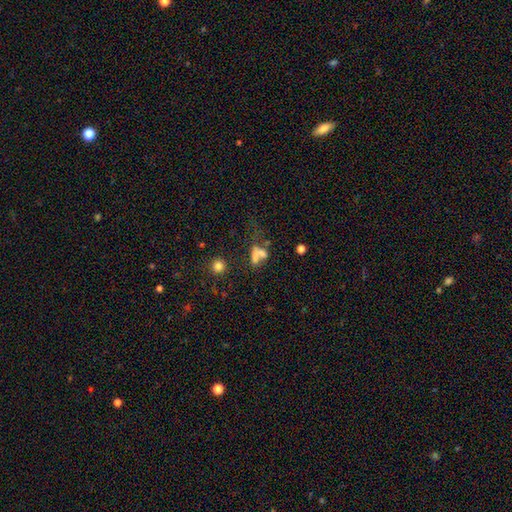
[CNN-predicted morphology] smooth 57%, featured or disk 23%, star or artifact 20%. Down the decision tree: how rounded — in between (63%); merging — merger (36%).